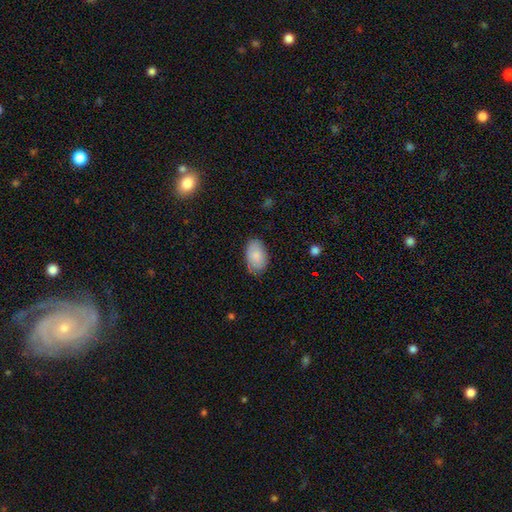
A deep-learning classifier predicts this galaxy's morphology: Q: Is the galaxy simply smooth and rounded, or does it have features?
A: smooth — 84%.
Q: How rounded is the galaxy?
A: in between — 92%.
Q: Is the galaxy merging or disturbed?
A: none — 80%.